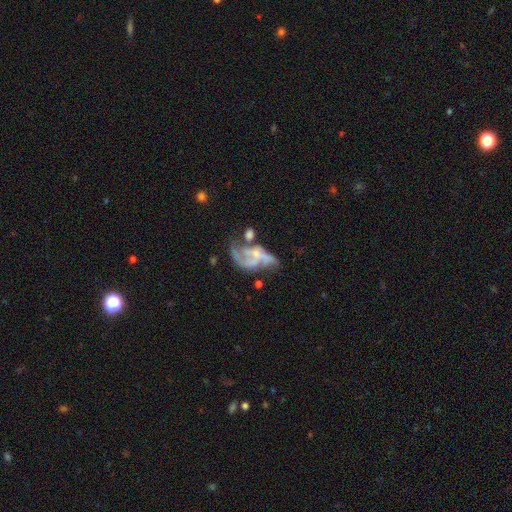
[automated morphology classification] smooth_or_featured: featured or disk (p=0.74) [alt: smooth p=0.17]
disk_edge_on: no (p=0.97) [alt: yes p=0.03]
bar: no (p=0.67) [alt: weak p=0.26]
has_spiral_arms: yes (p=0.73) [alt: no p=0.27]
spiral_winding: loose (p=0.46) [alt: medium p=0.38]
spiral_arm_count: 2 (p=0.46) [alt: can't tell p=0.22]
bulge_size: small (p=0.53) [alt: none p=0.28]
merging: major disturbance (p=0.36) [alt: merger p=0.25]